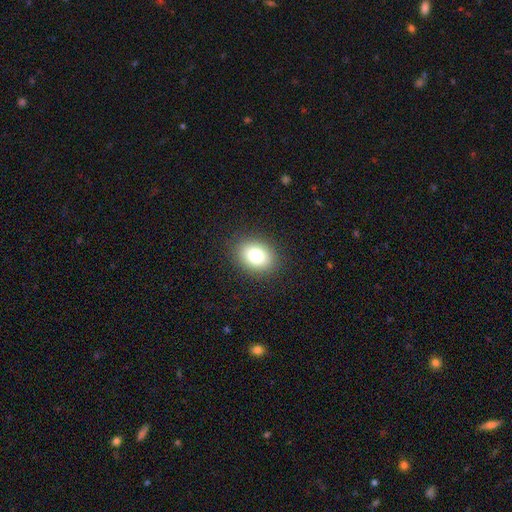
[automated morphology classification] Smooth or featured? Predicted: smooth (p=0.81). How rounded? Predicted: in between (p=0.64). Merging? Predicted: none (p=0.88).